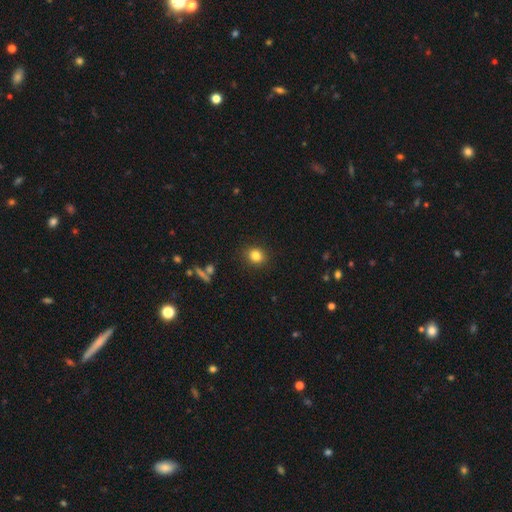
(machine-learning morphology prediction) A smooth galaxy with no disk features (83%) that is round (72%).

Vote fractions:
- Smooth or featured? smooth: 83% / star or artifact: 11% / featured or disk: 6%
- How rounded? round: 72% / in between: 27% / cigar-shaped: 1%
- Merging? none: 89% / minor disturbance: 7% / major disturbance: 2% / merger: 1%